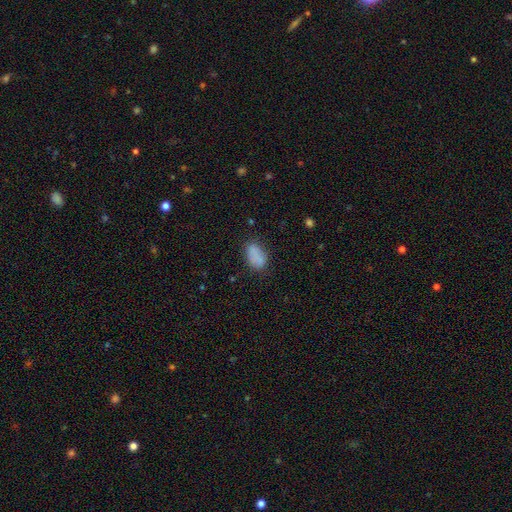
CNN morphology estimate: smooth_or_featured: smooth (p=0.82) [alt: star or artifact p=0.09]
how_rounded: in between (p=0.90) [alt: round p=0.09]
merging: none (p=0.69) [alt: minor disturbance p=0.20]